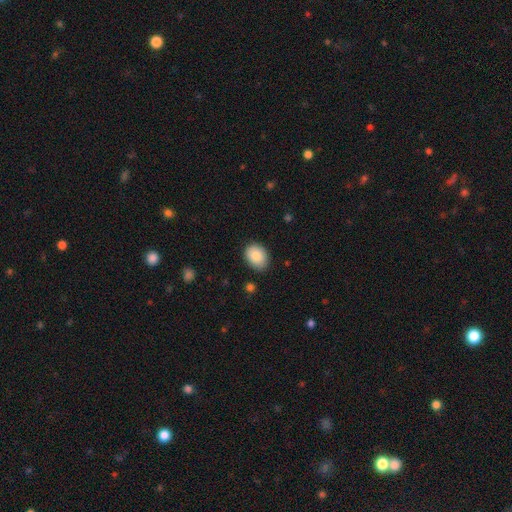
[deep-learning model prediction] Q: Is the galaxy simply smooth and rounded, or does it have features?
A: smooth — 86%.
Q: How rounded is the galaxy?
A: in between — 66%.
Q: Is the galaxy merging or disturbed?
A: none — 83%.